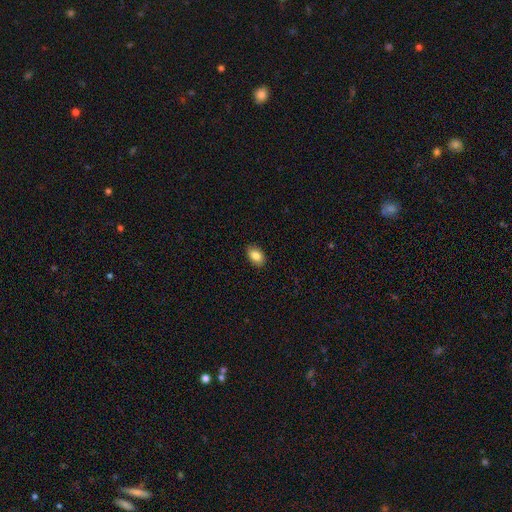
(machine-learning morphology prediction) smooth-or-featured: smooth: 86% | star or artifact: 8% | featured or disk: 7%
  how-rounded: in between: 88% | round: 10% | cigar-shaped: 1%
  merging: none: 89% | minor disturbance: 9% | major disturbance: 2% | merger: 1%